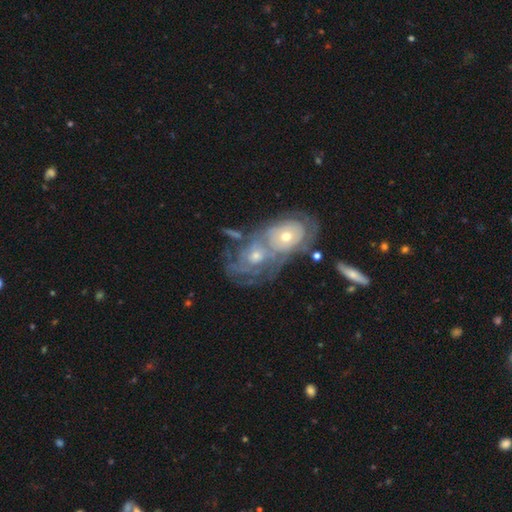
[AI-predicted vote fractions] Smooth or featured? featured or disk (78%)
Edge-on disk? no (96%)
Bar? no (82%)
Spiral arms? yes (81%)
Spiral winding? tight (68%)
Spiral arm count? can't tell (54%)
Bulge size? moderate (51%)
Merging? merger (65%)